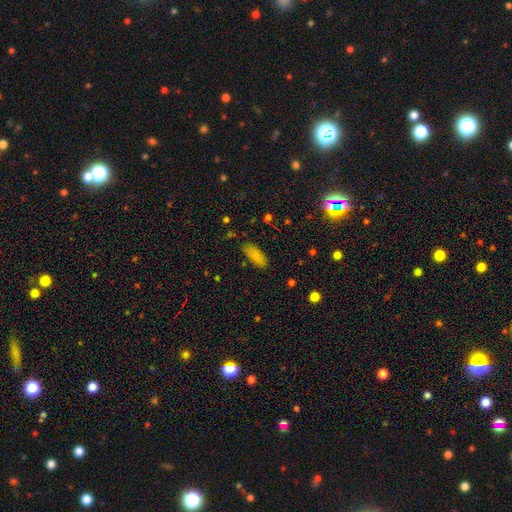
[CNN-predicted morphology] Smooth or featured?
  - smooth: 84% *
  - star or artifact: 9%
  - featured or disk: 7%
How rounded?
  - in between: 81% *
  - cigar-shaped: 17%
  - round: 2%
Merging?
  - none: 82% *
  - minor disturbance: 13%
  - major disturbance: 3%
  - merger: 2%